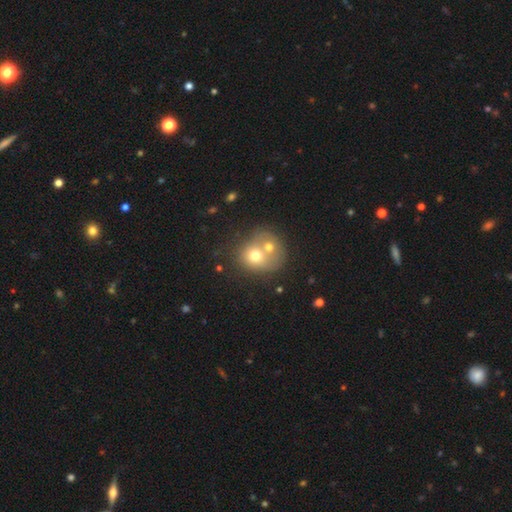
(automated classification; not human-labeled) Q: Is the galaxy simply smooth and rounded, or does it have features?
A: smooth — 64%.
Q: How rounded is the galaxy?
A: round — 72%.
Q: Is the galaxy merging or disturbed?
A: merger — 69%.